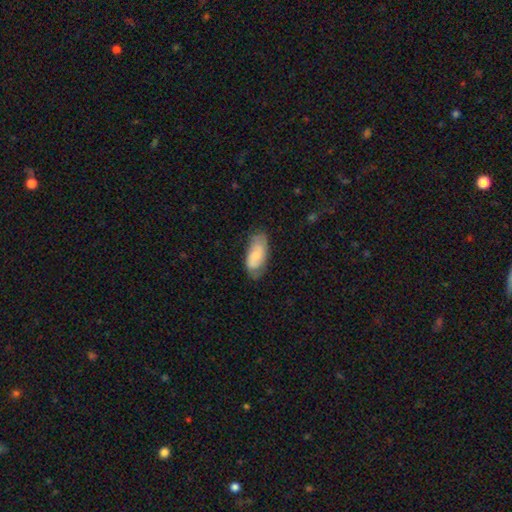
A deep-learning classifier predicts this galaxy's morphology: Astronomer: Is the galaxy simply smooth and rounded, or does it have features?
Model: smooth — 57% (runner-up: featured or disk, 36%).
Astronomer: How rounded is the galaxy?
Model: in between — 89%.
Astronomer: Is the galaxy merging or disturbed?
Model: none — 65%.